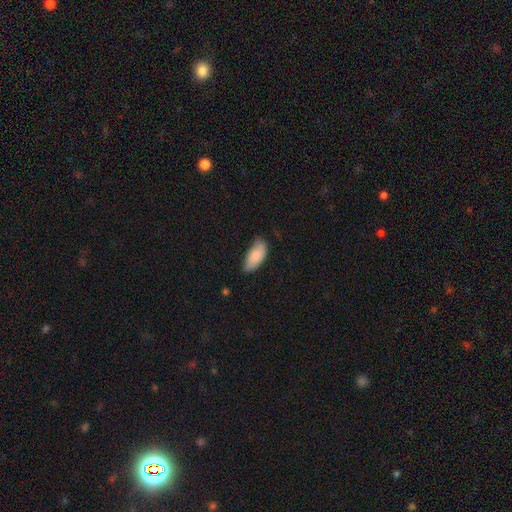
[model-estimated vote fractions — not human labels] Overall: smooth (85%). How rounded: in between (90%). Merging: none (61%; minor disturbance 32%).